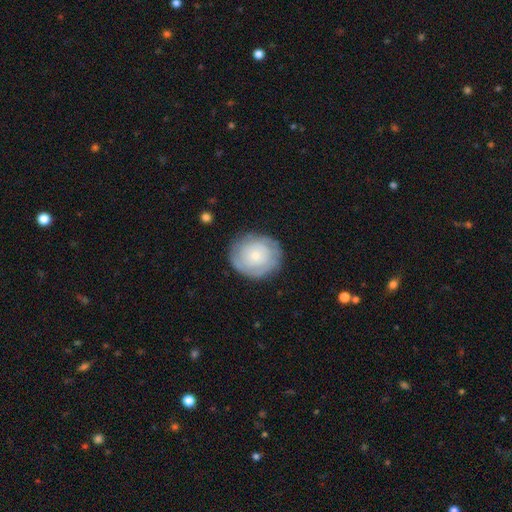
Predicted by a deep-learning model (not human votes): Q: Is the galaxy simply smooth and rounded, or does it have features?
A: featured or disk — 55%.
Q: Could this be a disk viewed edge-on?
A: no — 97%.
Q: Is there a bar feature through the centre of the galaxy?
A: no — 86%.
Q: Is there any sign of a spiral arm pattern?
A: yes — 71%.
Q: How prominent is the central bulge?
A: small — 67%.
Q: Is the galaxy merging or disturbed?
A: none — 79%.